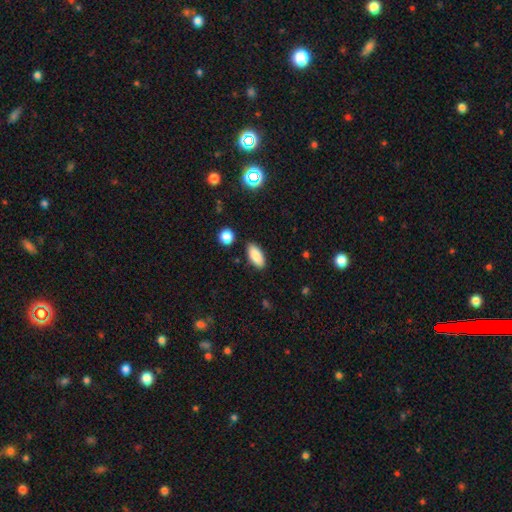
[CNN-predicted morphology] Q: Smooth or featured?
A: smooth (85%); runner-up: featured or disk (8%)
Q: How rounded?
A: in between (83%); runner-up: cigar-shaped (14%)
Q: Merging?
A: none (86%); runner-up: minor disturbance (9%)